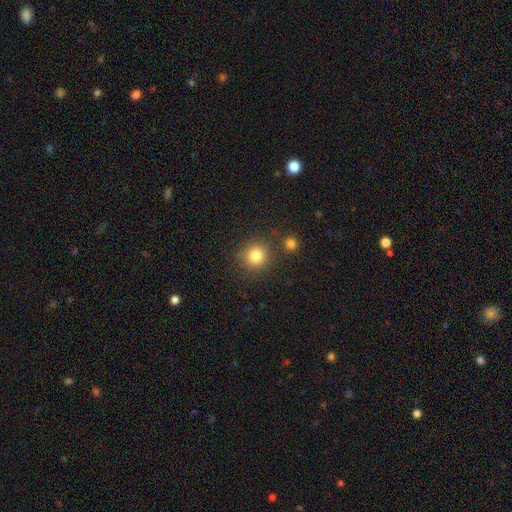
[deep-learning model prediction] Overall: smooth (82%). How rounded: round (92%). Merging: none (81%).